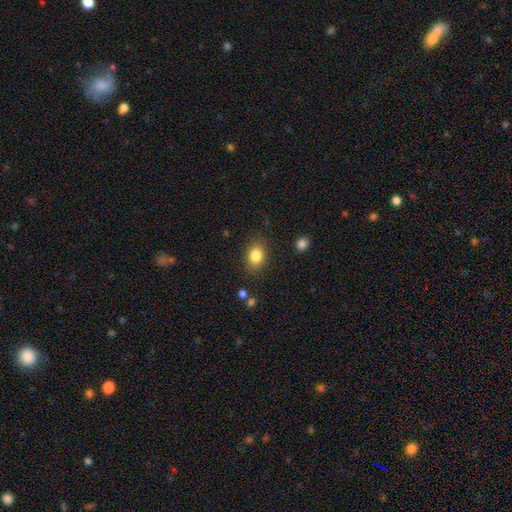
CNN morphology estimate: Smooth or featured: smooth — 84% (star or artifact — 9%)
How rounded: in between — 70% (round — 29%)
Merging: none — 84% (minor disturbance — 11%)